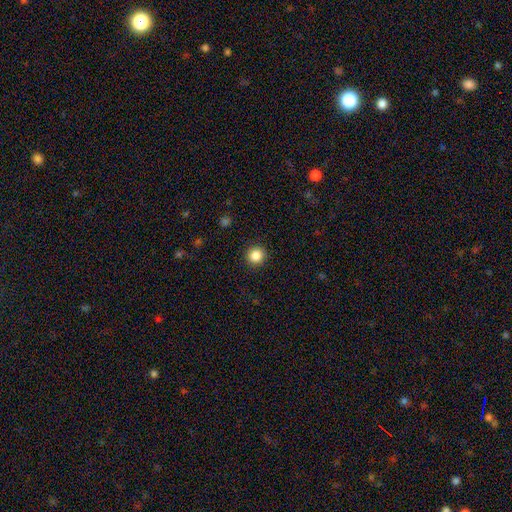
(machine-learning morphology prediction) Overall: smooth (86%). How rounded: round (94%). Merging: none (92%).